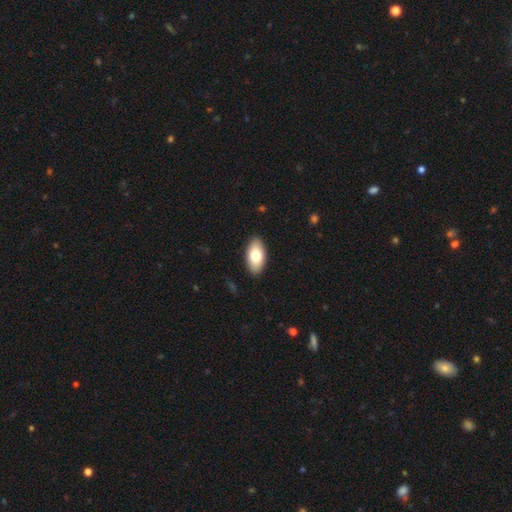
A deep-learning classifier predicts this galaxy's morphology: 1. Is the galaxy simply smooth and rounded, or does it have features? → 78% smooth, 16% featured or disk, 6% star or artifact.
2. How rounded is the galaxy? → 94% in between, 3% cigar-shaped, 2% round.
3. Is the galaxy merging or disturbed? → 90% none, 7% minor disturbance, 2% major disturbance, 1% merger.